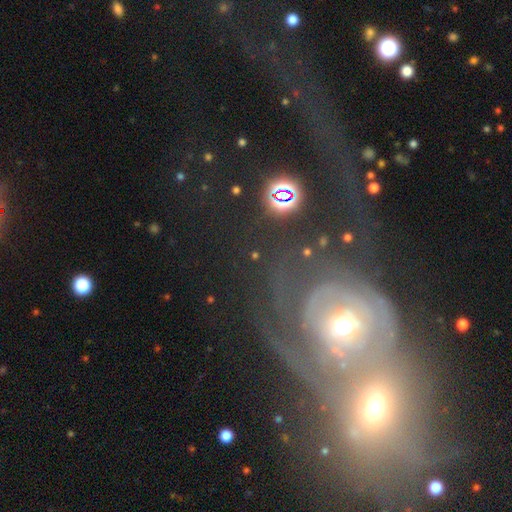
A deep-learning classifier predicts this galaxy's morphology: Smooth or featured? Predicted: featured or disk (p=0.46). Merging? Predicted: none (p=0.67).